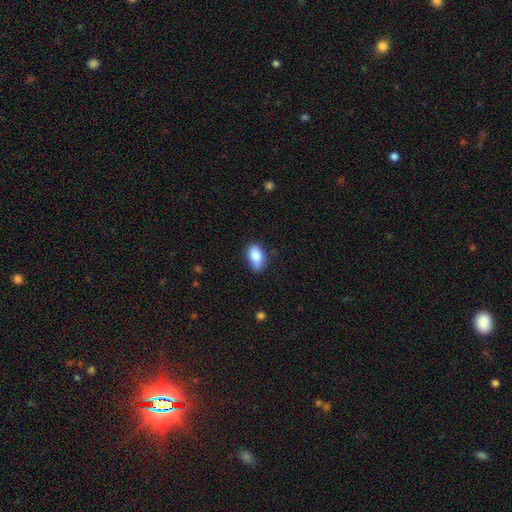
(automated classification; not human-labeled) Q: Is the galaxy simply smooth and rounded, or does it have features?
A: smooth — 84%.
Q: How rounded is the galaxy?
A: in between — 90%.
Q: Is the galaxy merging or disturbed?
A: none — 62%.